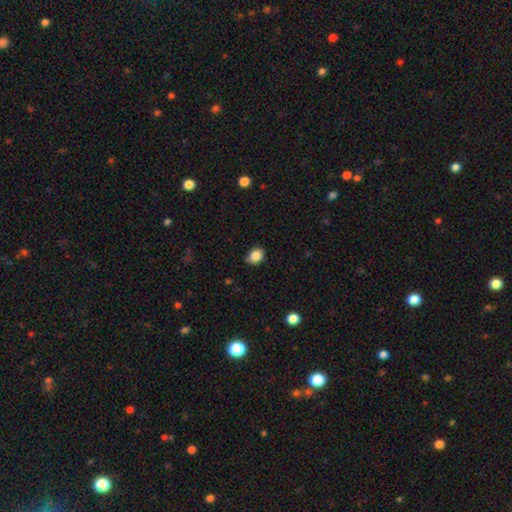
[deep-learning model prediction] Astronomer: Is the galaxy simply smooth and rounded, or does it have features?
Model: smooth — 86%.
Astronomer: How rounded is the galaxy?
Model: in between — 53% (runner-up: round, 46%).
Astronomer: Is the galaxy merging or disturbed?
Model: none — 78%.